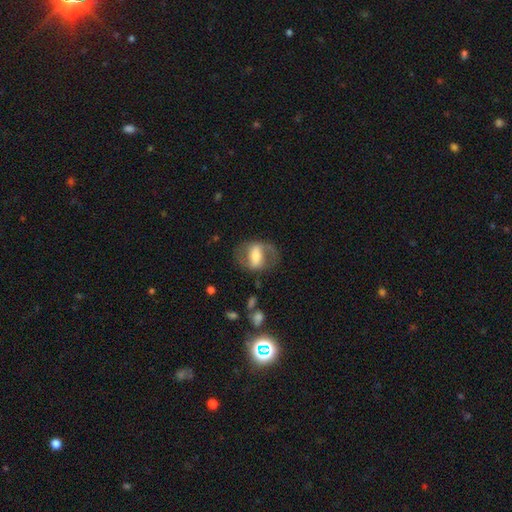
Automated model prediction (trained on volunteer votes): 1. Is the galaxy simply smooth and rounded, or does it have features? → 64% featured or disk, 29% smooth, 7% star or artifact.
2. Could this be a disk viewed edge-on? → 93% no, 7% yes.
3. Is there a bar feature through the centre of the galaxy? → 55% strong, 30% weak, 15% no.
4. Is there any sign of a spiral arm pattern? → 73% yes, 27% no.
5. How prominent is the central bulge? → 39% moderate, 26% large, 23% small, 7% none, 5% dominant.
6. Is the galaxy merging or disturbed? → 66% none, 17% minor disturbance, 15% major disturbance, 2% merger.